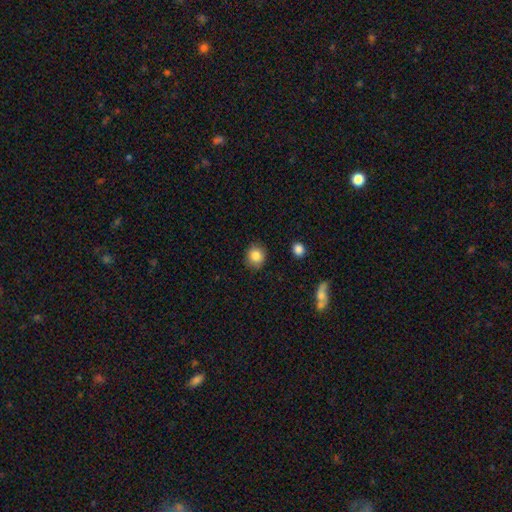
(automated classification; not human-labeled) The model was most divided on "how rounded": round: 81%, in between: 18%, cigar-shaped: 1%. More confident: merging — none (88%); smooth or featured — smooth (85%).